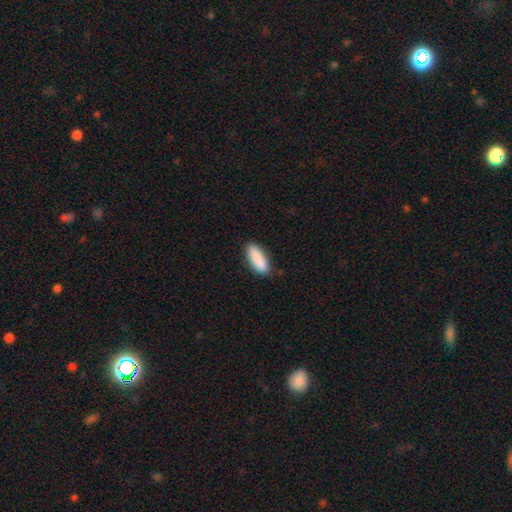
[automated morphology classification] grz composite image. It shows a smooth galaxy with no disk features (89%) that is in between round and cigar-shaped (66%). Merging: none (82%).